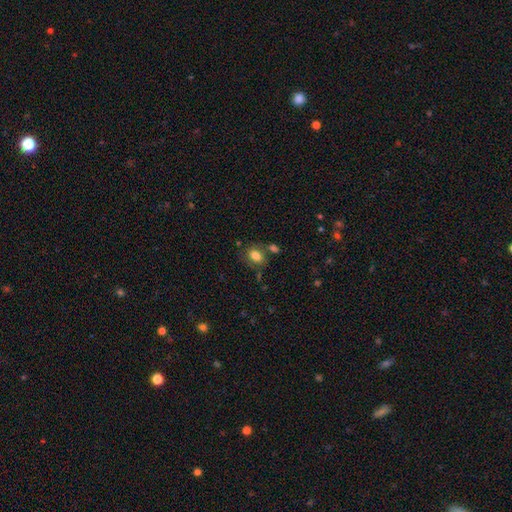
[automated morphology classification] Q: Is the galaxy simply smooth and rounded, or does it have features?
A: smooth — 79%.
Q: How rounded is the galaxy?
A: in between — 68%.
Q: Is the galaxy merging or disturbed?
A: none — 63%.